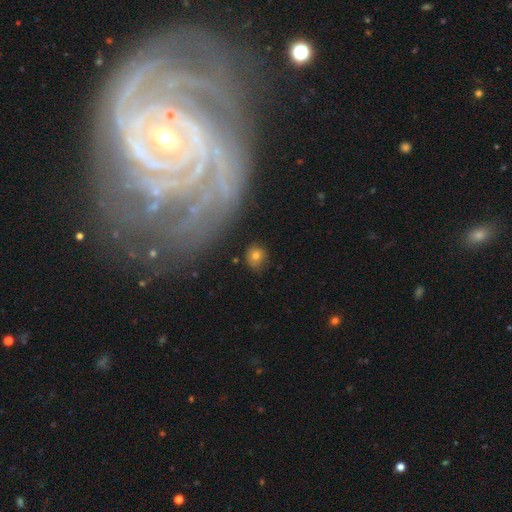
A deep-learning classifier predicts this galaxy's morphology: A smooth galaxy with no disk features (74%) that is round (84%). Merging: none (81%).